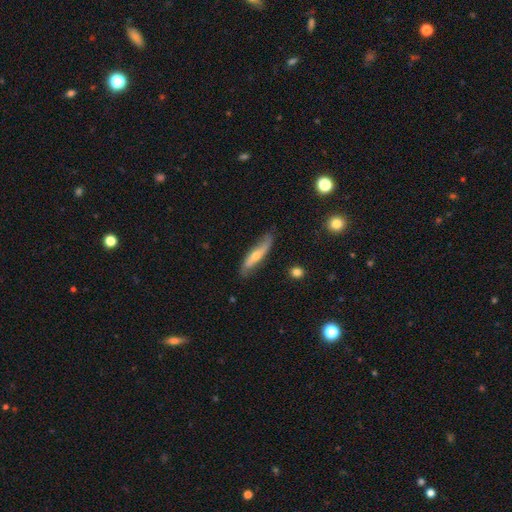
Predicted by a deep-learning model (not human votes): This is possibly a featured or disk galaxy (55%). It is likely viewed edge-on (63%). Merging: likely none (74%).